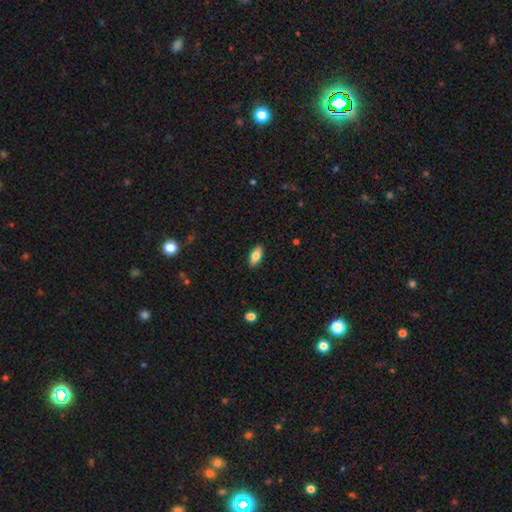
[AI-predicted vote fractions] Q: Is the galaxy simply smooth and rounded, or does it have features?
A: smooth — 78%.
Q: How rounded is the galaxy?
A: in between — 86%.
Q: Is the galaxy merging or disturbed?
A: none — 89%.